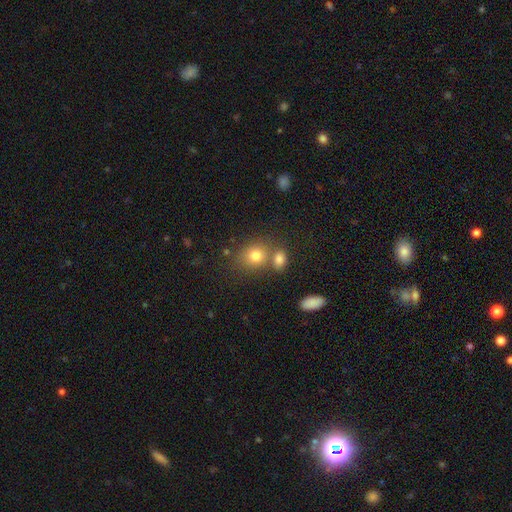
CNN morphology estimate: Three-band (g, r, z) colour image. It shows a smooth galaxy with no disk features (78%) that is round (65%). Merging: none (56%).